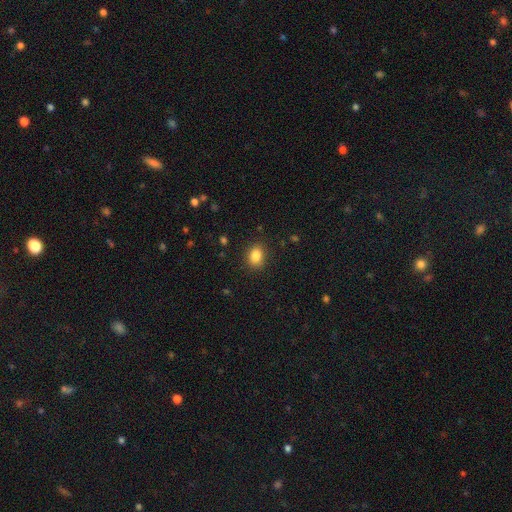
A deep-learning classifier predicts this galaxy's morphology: This is clearly a smooth galaxy (86%). How rounded: likely in between (67%). Merging: clearly none (86%).